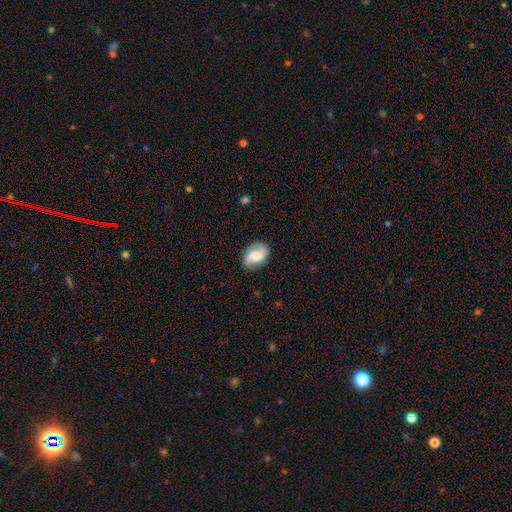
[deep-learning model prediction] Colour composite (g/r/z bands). It shows a featured or disk galaxy (61%) with a weak bar (45%), 2 (89%) loose (45%) spiral arms (93%) and a moderate central bulge (39%). Merging: none (81%).